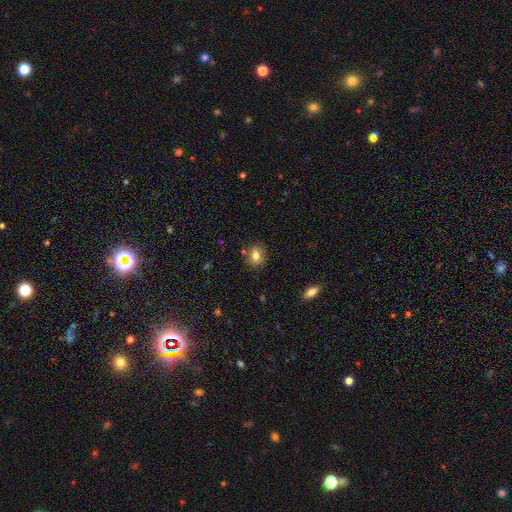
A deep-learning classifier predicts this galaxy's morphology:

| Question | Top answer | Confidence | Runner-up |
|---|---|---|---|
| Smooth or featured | smooth | 79% | featured or disk (11%) |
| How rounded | in between | 51% | round (48%) |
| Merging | none | 81% | minor disturbance (12%) |